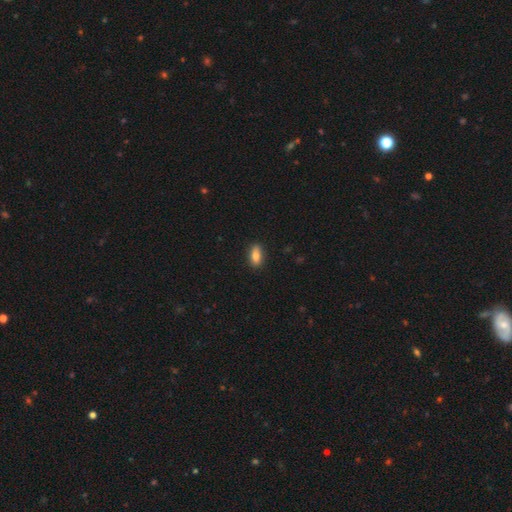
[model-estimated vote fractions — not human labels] smooth 81%, featured or disk 11%, star or artifact 7%. Down the decision tree: how rounded — in between (84%); merging — none (87%).